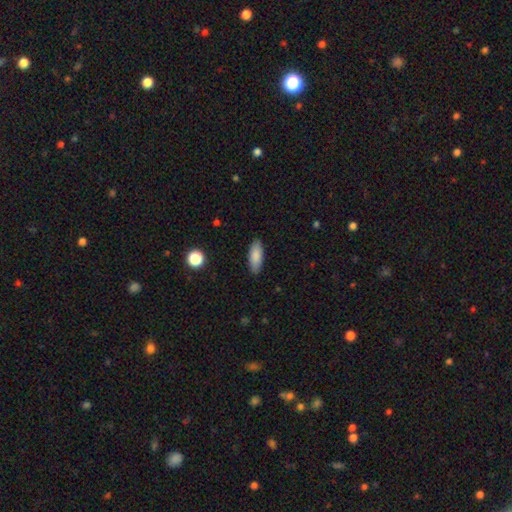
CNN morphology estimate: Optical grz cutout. It shows a smooth galaxy with no disk features (86%) that is in between round and cigar-shaped (76%). Merging: none (88%).